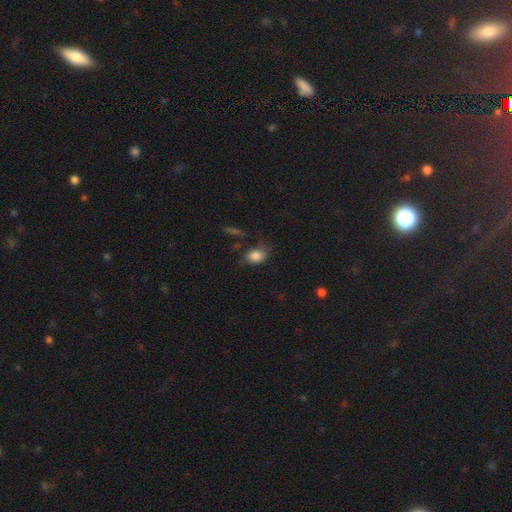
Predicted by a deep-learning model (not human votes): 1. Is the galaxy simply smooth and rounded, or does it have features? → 82% smooth, 9% star or artifact, 8% featured or disk.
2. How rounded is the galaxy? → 67% in between, 32% round, 2% cigar-shaped.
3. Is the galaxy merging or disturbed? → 54% none, 28% minor disturbance, 13% major disturbance, 4% merger.